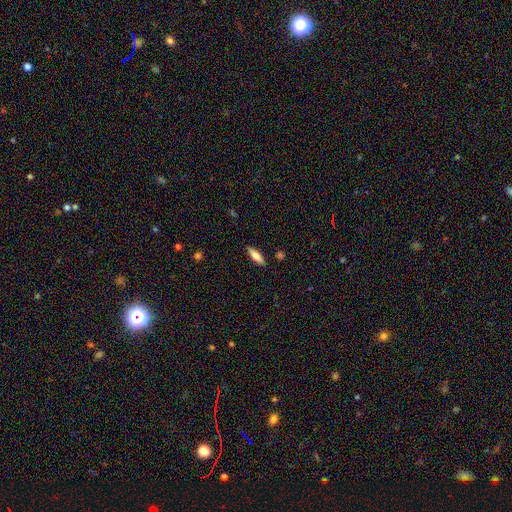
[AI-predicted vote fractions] Q: Smooth or featured?
A: smooth (60%); runner-up: featured or disk (33%)
Q: How rounded?
A: cigar-shaped (52%); runner-up: in between (46%)
Q: Merging?
A: none (87%); runner-up: minor disturbance (10%)